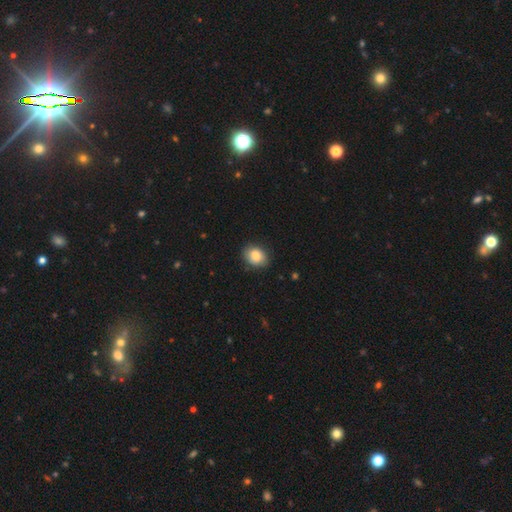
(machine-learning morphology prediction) smooth 83%, featured or disk 9%, star or artifact 8%. Down the decision tree: how rounded — in between (56%); merging — none (83%).